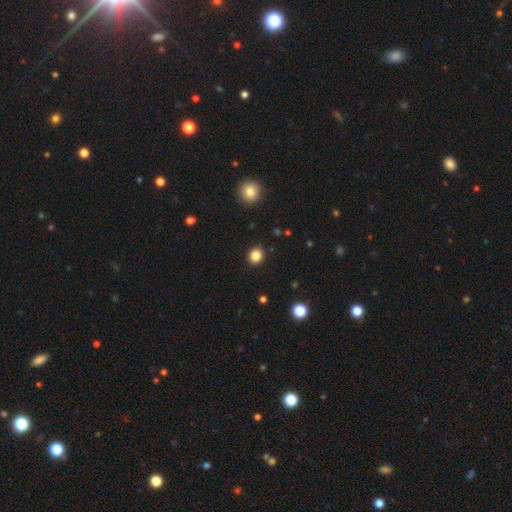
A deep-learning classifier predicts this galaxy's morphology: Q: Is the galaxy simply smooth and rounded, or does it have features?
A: smooth — 84%.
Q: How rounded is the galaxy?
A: round — 78%.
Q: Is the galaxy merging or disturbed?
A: none — 91%.